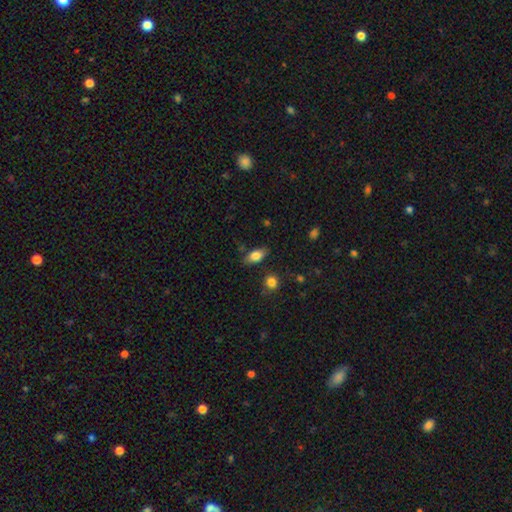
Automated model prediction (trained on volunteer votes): This is clearly a smooth galaxy (81%). How rounded: clearly in between (87%). Merging: clearly none (80%).